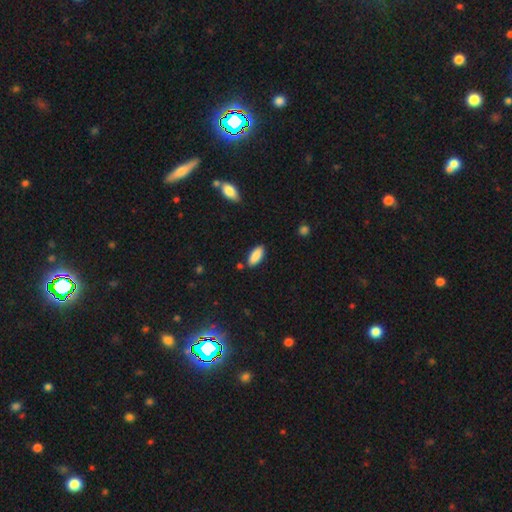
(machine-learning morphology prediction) This is clearly a smooth galaxy (88%). How rounded: clearly in between (84%). Merging: clearly none (83%).